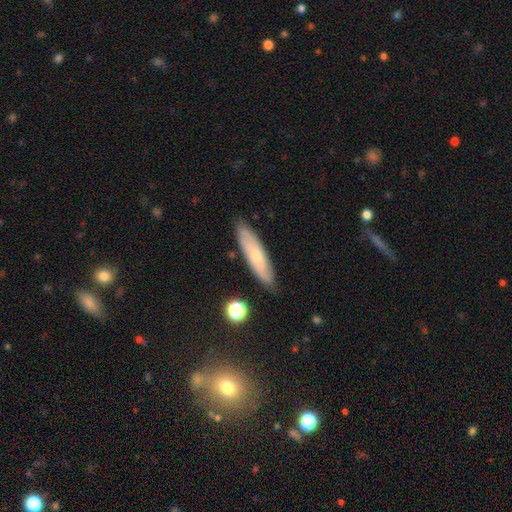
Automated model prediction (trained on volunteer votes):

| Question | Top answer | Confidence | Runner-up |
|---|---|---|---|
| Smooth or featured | smooth | 53% | featured or disk (40%) |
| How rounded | cigar-shaped | 74% | in between (24%) |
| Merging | none | 84% | minor disturbance (12%) |